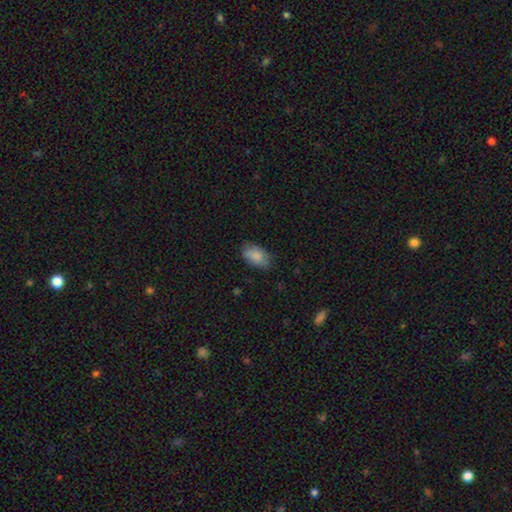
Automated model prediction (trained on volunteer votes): Smooth or featured: smooth — 86% (featured or disk — 7%)
How rounded: in between — 92% (round — 6%)
Merging: none — 77% (minor disturbance — 18%)